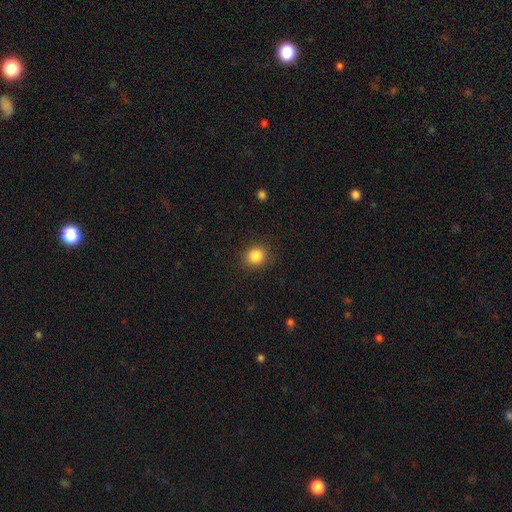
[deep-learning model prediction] Smooth or featured?
  - smooth: 85% *
  - star or artifact: 11%
  - featured or disk: 4%
How rounded?
  - round: 81% *
  - in between: 18%
  - cigar-shaped: 1%
Merging?
  - none: 88% *
  - minor disturbance: 8%
  - major disturbance: 3%
  - merger: 1%